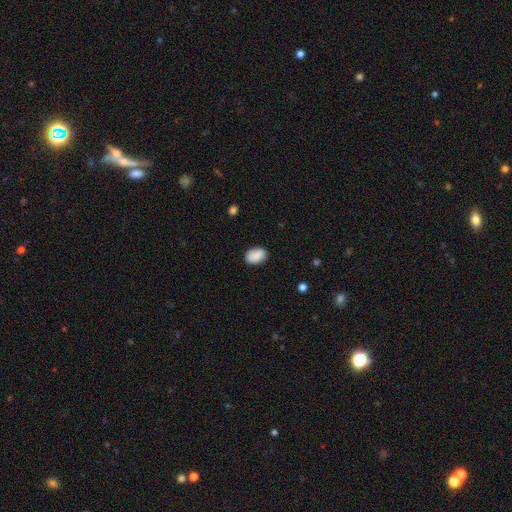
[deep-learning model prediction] A smooth galaxy with no disk features (88%) that is in between round and cigar-shaped (86%). Merging: none (82%).